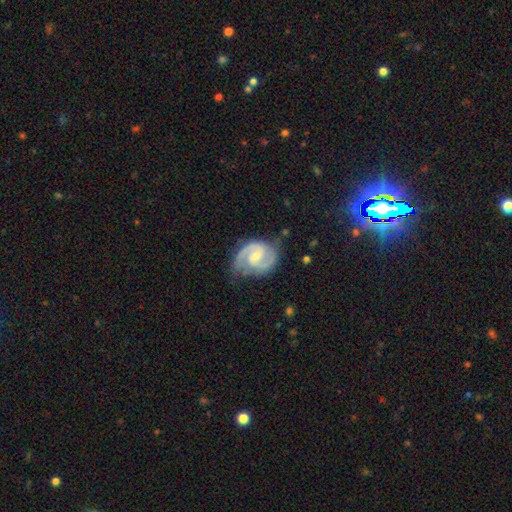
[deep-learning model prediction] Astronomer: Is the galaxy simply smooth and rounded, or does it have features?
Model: featured or disk — 91%.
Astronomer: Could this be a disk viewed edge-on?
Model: no — 98%.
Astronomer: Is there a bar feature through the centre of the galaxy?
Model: weak — 54% (runner-up: no, 33%).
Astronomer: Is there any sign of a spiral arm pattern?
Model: yes — 98%.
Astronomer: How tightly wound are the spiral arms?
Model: medium — 59%.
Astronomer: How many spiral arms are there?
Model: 2 — 92%.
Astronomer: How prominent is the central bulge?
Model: small — 55% (runner-up: moderate, 36%).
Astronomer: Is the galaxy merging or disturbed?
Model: none — 71%.